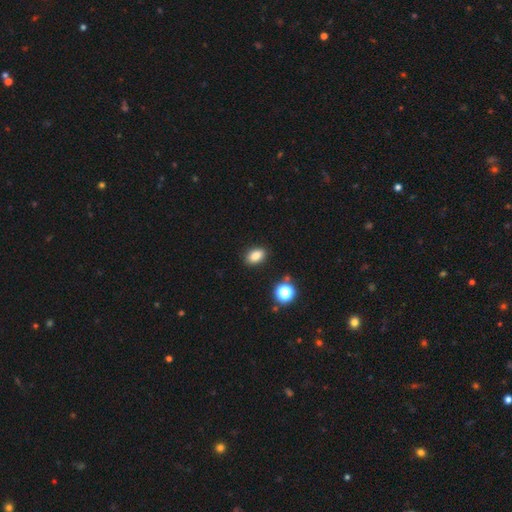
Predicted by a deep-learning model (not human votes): The model was most divided on "smooth or featured": smooth: 84%, star or artifact: 11%, featured or disk: 5%. More confident: merging — none (88%); how rounded — in between (86%).